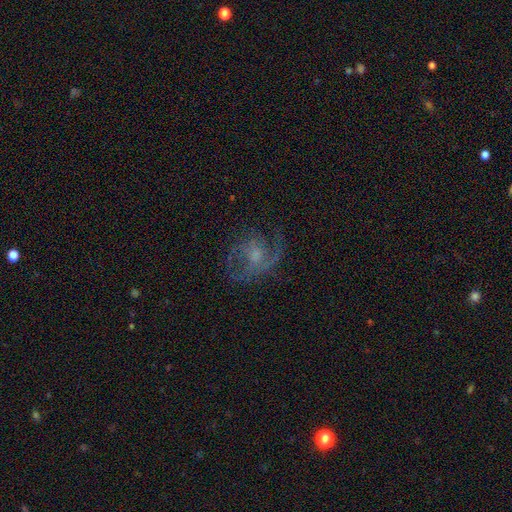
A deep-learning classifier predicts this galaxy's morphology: smooth_or_featured: featured or disk (p=0.72) [alt: smooth p=0.18]
disk_edge_on: no (p=0.97) [alt: yes p=0.03]
bar: no (p=0.66) [alt: weak p=0.29]
has_spiral_arms: yes (p=0.82) [alt: no p=0.18]
spiral_winding: medium (p=0.46) [alt: loose p=0.33]
spiral_arm_count: 2 (p=0.37) [alt: can't tell p=0.25]
bulge_size: small (p=0.42) [alt: moderate p=0.35]
merging: none (p=0.56) [alt: major disturbance p=0.24]